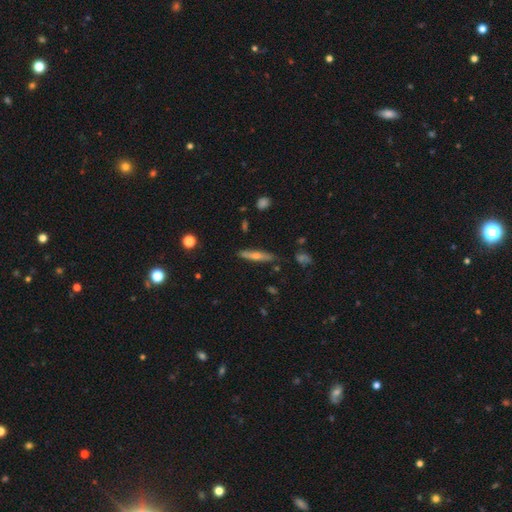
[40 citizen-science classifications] This is possibly a featured or disk galaxy (57%). It is clearly viewed edge-on (87%). Edge-on bulge: clearly rounded (95%). Merging: likely none (72%).